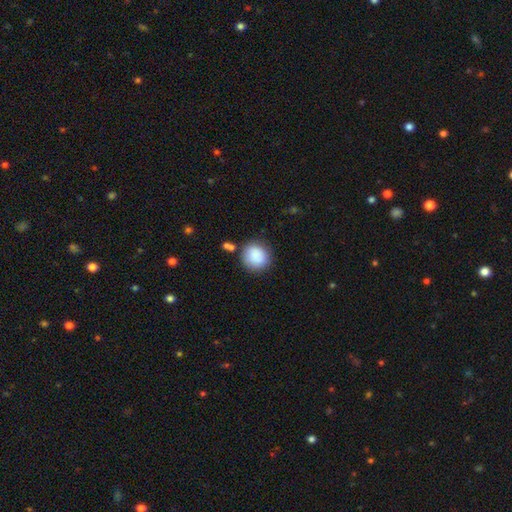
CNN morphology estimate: smooth_or_featured: smooth (p=0.88) [alt: star or artifact p=0.07]
how_rounded: round (p=0.86) [alt: in between p=0.13]
merging: none (p=0.79) [alt: minor disturbance p=0.12]